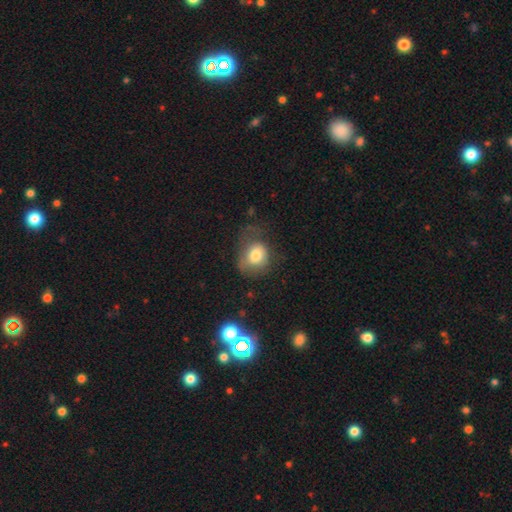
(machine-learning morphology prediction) This is likely a smooth galaxy (75%). How rounded: possibly round (56%). Merging: marginally none (39%).